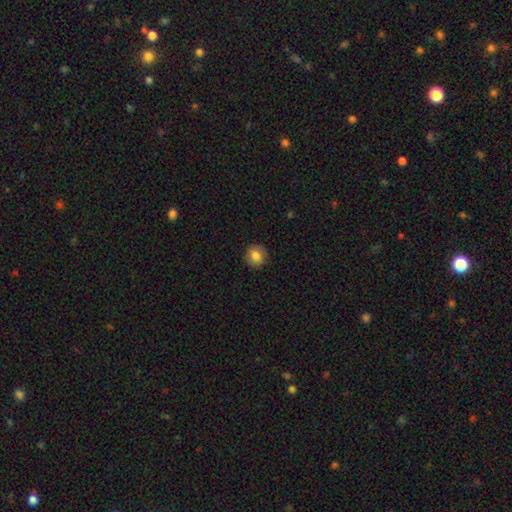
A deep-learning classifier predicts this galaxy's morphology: This is clearly a smooth galaxy (83%). How rounded: clearly round (88%). Merging: clearly none (91%).